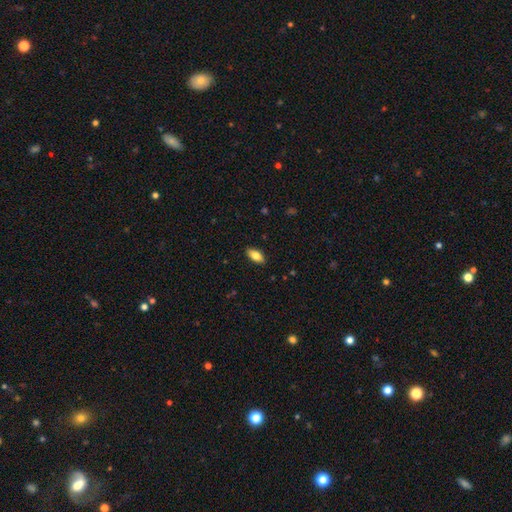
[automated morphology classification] Q: Smooth or featured?
A: smooth (79%); runner-up: featured or disk (14%)
Q: How rounded?
A: in between (89%); runner-up: cigar-shaped (8%)
Q: Merging?
A: none (88%); runner-up: minor disturbance (9%)